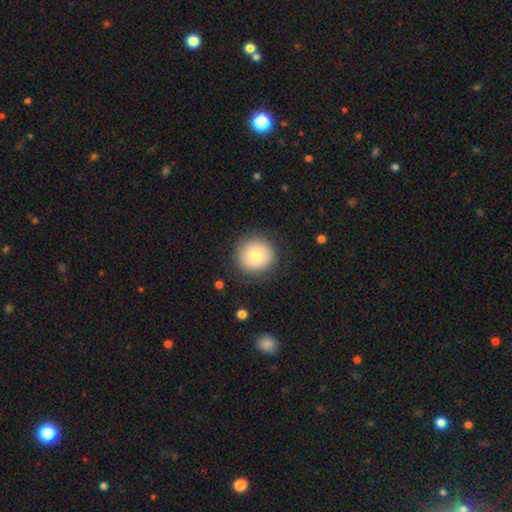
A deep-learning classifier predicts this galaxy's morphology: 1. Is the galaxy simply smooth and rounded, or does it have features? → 74% smooth, 18% featured or disk, 8% star or artifact.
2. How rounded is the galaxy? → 94% round, 5% in between, 1% cigar-shaped.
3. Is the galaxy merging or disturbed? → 85% none, 11% minor disturbance, 4% major disturbance, 1% merger.